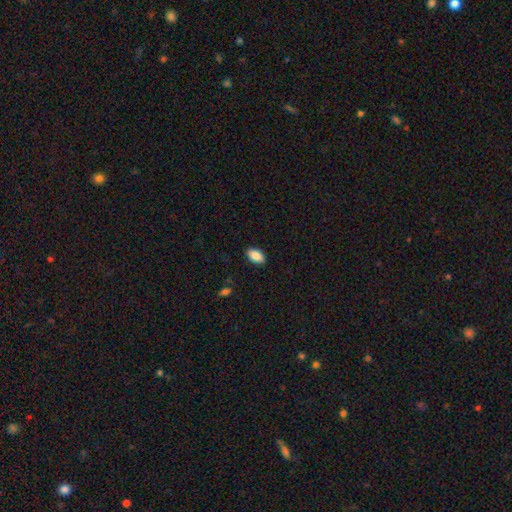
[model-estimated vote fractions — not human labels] This is clearly a smooth galaxy (88%). How rounded: clearly in between (93%). Merging: clearly none (89%).